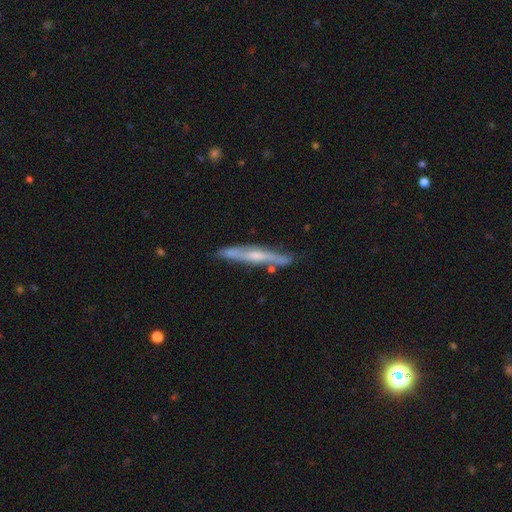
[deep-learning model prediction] featured or disk 68%, smooth 26%, star or artifact 6%. Down the decision tree: edge-on disk — yes (88%); edge-on bulge — rounded (53%); merging — none (78%).